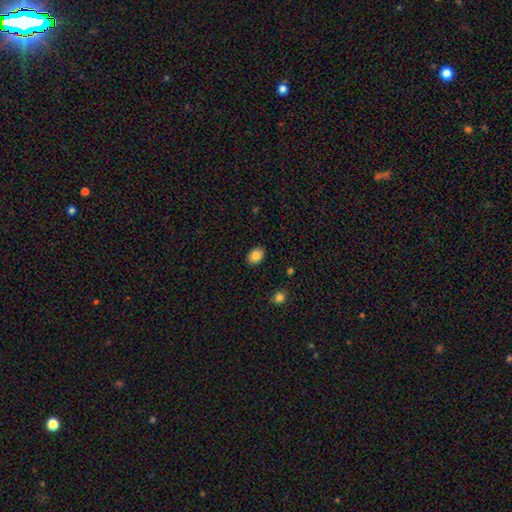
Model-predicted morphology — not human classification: smooth 86%, star or artifact 8%, featured or disk 6%. Down the decision tree: how rounded — in between (75%); merging — none (87%).